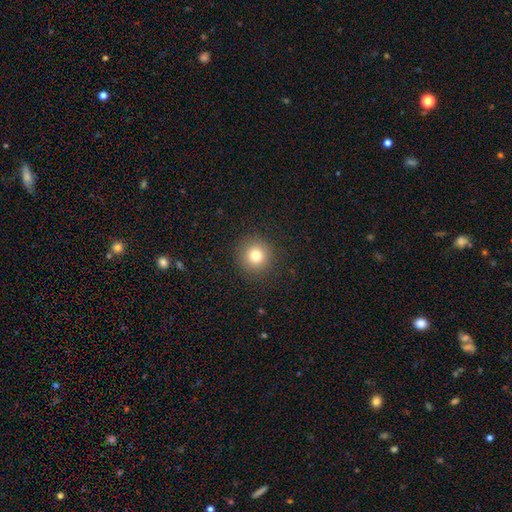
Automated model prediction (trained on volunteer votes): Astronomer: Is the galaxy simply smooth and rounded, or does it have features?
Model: smooth — 78%.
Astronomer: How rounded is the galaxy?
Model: round — 95%.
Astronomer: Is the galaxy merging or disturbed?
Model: none — 91%.